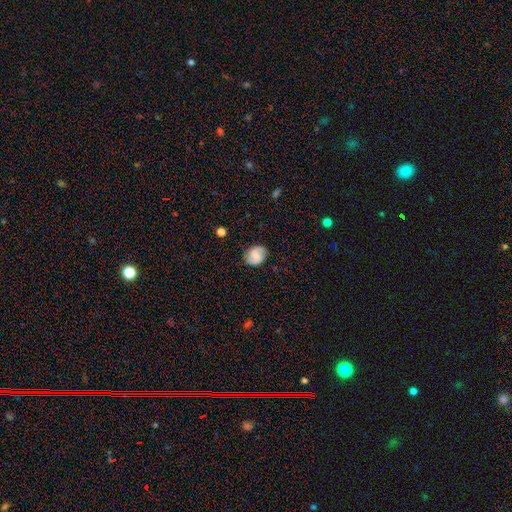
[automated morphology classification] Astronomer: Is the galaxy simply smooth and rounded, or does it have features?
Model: featured or disk — 46% (runner-up: smooth, 45%).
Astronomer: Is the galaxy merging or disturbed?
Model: none — 79%.